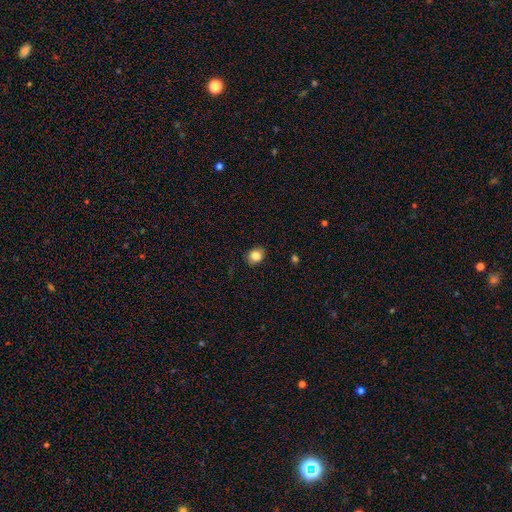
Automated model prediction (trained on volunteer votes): smooth-or-featured: smooth: 84% | star or artifact: 10% | featured or disk: 6%
  how-rounded: round: 60% | in between: 39% | cigar-shaped: 1%
  merging: none: 87% | minor disturbance: 10% | major disturbance: 2% | merger: 1%